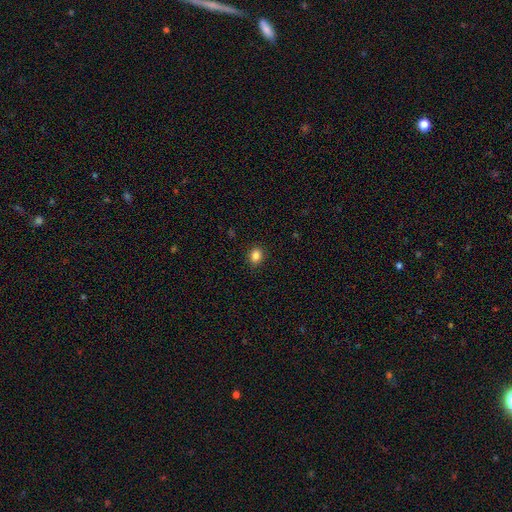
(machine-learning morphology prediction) Smooth or featured? Predicted: smooth (p=0.85). How rounded? Predicted: round (p=0.53). Merging? Predicted: none (p=0.90).